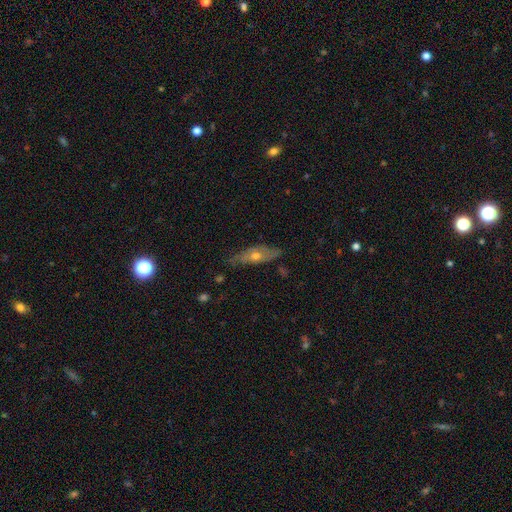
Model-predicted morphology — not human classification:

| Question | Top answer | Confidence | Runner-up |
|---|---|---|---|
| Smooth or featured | featured or disk | 57% | smooth (35%) |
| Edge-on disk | no | 51% | yes (49%) |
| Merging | none | 71% | minor disturbance (22%) |